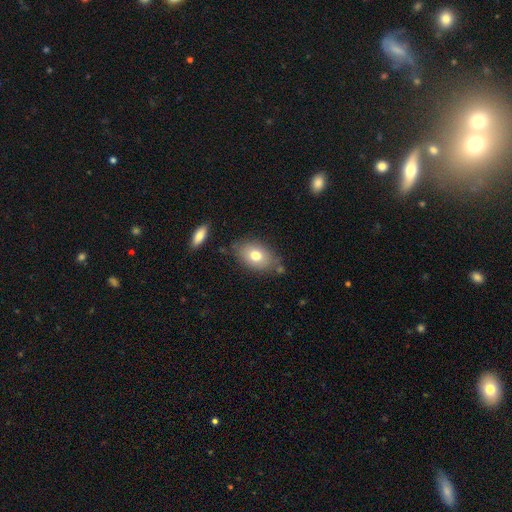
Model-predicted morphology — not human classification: type=smooth (75%); roundness=in between (83%); merging=none (71%).